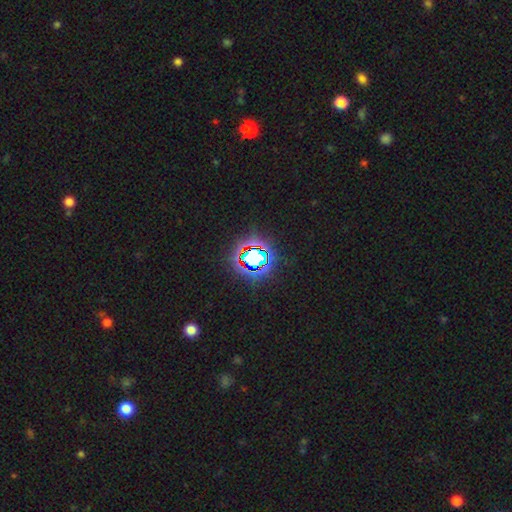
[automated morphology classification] A star or artifact, not a galaxy (74%).

Vote fractions:
- Smooth or featured? star or artifact: 74% / smooth: 16% / featured or disk: 10%